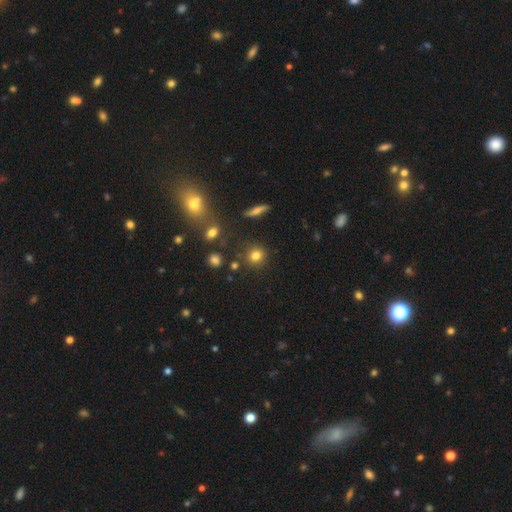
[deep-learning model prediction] Overall: smooth (79%). How rounded: round (87%). Merging: none (83%).